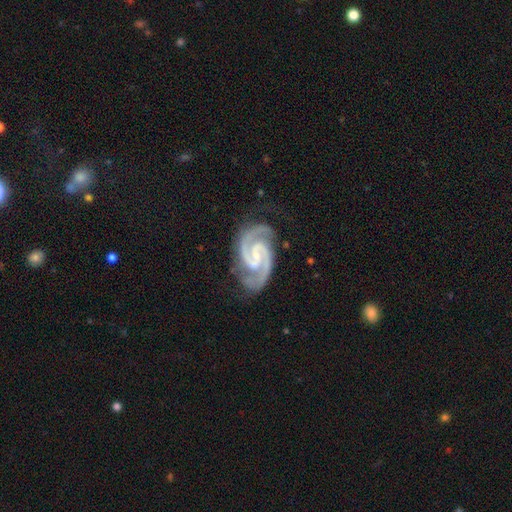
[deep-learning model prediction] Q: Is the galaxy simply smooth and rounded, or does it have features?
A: featured or disk — 94%.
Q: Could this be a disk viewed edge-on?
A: no — 98%.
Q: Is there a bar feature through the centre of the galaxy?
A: weak — 46%.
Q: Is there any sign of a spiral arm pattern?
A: yes — 99%.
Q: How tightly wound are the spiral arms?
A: medium — 51%.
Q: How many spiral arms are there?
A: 2 — 94%.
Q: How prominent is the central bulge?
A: small — 62%.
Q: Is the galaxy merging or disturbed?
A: none — 79%.